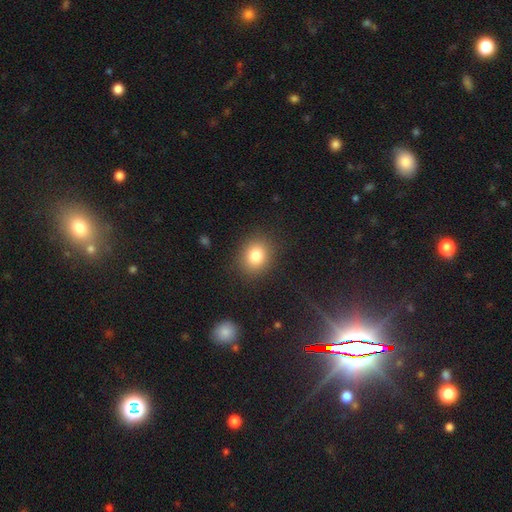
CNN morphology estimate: Smooth or featured? Predicted: smooth (p=0.81). How rounded? Predicted: round (p=0.66). Merging? Predicted: none (p=0.87).